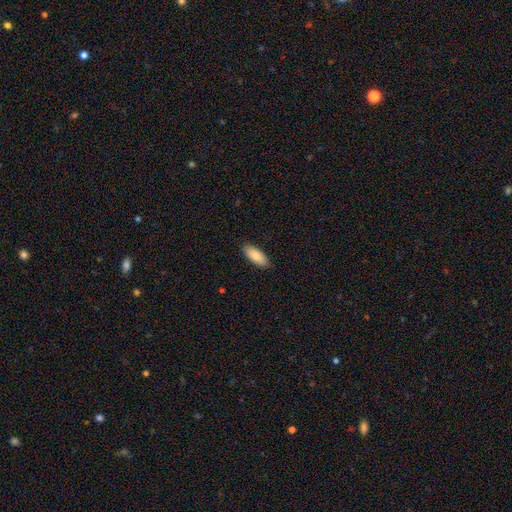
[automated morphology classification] type=smooth (86%); roundness=in between (80%); merging=none (88%).